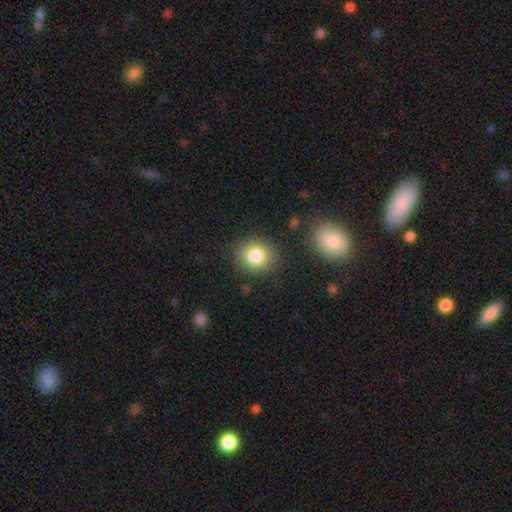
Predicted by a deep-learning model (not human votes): Smooth or featured: smooth — 83% (star or artifact — 10%)
How rounded: round — 82% (in between — 17%)
Merging: none — 86% (minor disturbance — 9%)